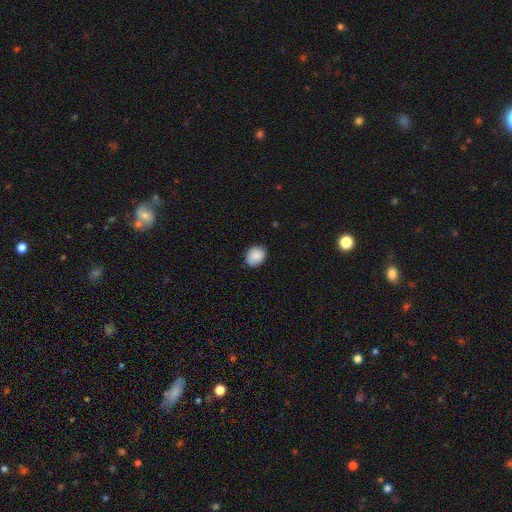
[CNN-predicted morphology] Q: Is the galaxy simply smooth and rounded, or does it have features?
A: smooth — 88%.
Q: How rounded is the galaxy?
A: round — 51%.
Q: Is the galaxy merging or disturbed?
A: none — 80%.